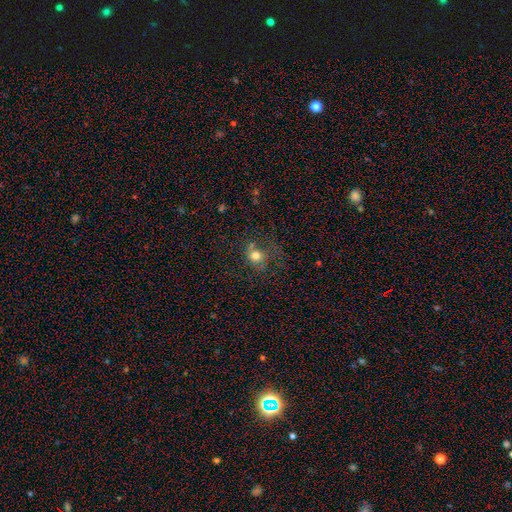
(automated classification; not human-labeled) smooth 73%, star or artifact 16%, featured or disk 12%. Down the decision tree: how rounded — round (79%); merging — none (58%).